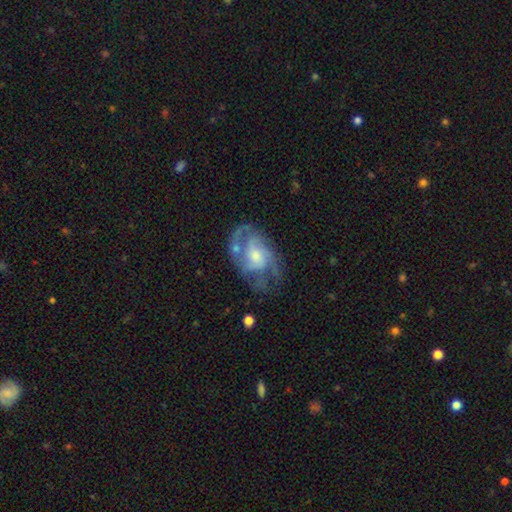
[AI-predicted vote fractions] Q: Smooth or featured?
A: featured or disk (82%); runner-up: smooth (12%)
Q: Edge-on disk?
A: no (97%); runner-up: yes (3%)
Q: Bar?
A: no (59%); runner-up: weak (35%)
Q: Spiral arms?
A: yes (92%); runner-up: no (8%)
Q: Spiral winding?
A: medium (48%); runner-up: tight (34%)
Q: Spiral arm count?
A: 3 (30%); runner-up: 2 (28%)
Q: Bulge size?
A: moderate (51%); runner-up: small (30%)
Q: Merging?
A: none (60%); runner-up: minor disturbance (21%)